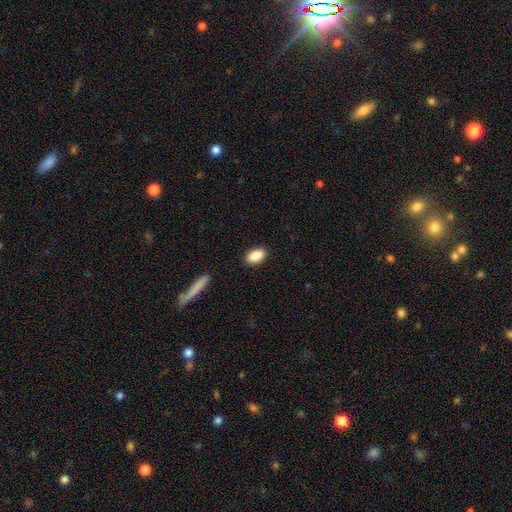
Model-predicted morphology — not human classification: This is clearly a smooth galaxy (90%). How rounded: clearly in between (91%). Merging: clearly none (88%).